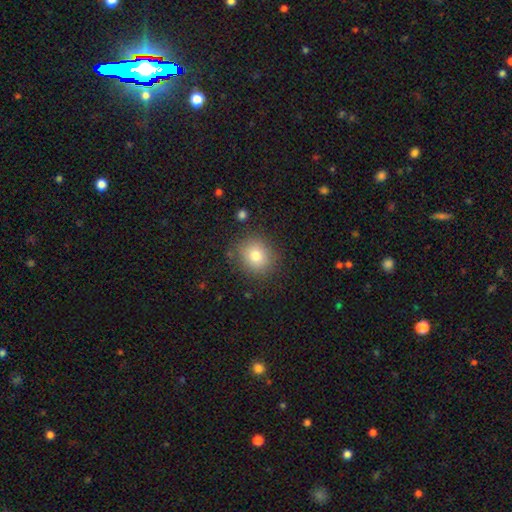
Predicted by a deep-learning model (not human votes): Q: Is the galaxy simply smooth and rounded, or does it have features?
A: smooth — 79%.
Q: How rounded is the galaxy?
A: round — 79%.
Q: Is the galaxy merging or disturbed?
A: none — 85%.